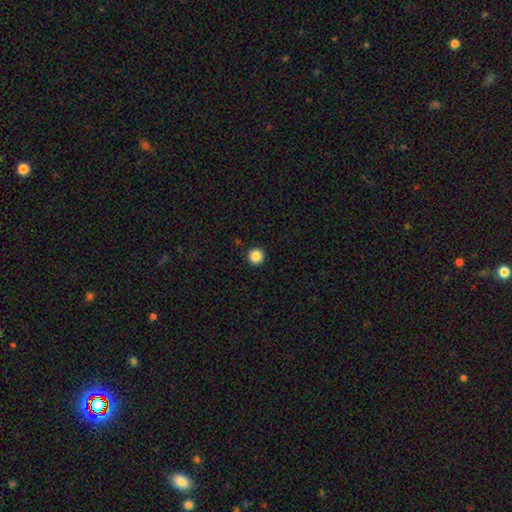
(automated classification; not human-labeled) A smooth galaxy with no disk features (86%) that is round (96%).

Vote fractions:
- Smooth or featured? smooth: 86% / star or artifact: 10% / featured or disk: 4%
- How rounded? round: 96% / in between: 3% / cigar-shaped: 1%
- Merging? none: 93% / minor disturbance: 4% / major disturbance: 1% / merger: 1%